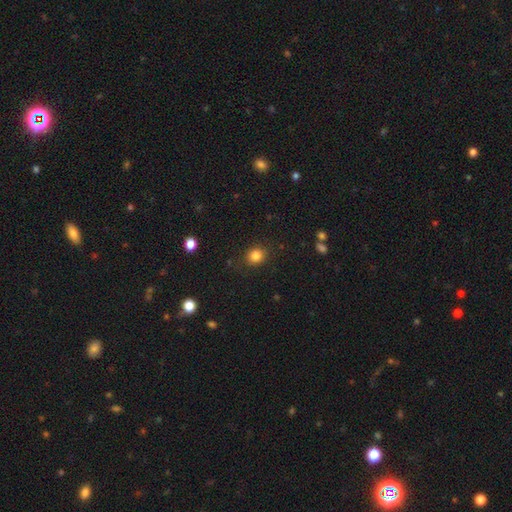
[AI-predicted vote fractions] Smooth or featured: smooth — 83% (star or artifact — 12%)
How rounded: round — 74% (in between — 25%)
Merging: none — 86% (minor disturbance — 9%)